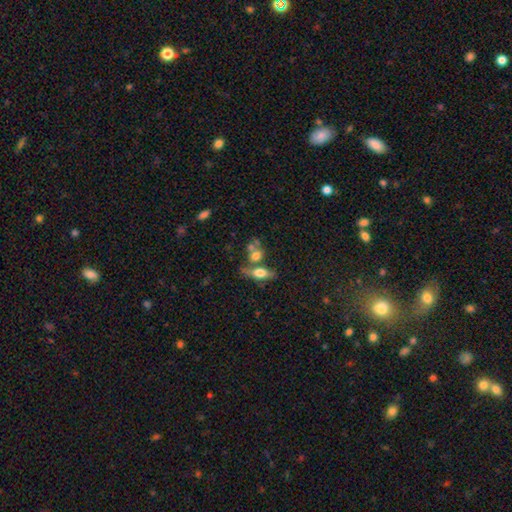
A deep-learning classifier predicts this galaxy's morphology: type=smooth (57%); roundness=in between (55%); merging=none (44%).